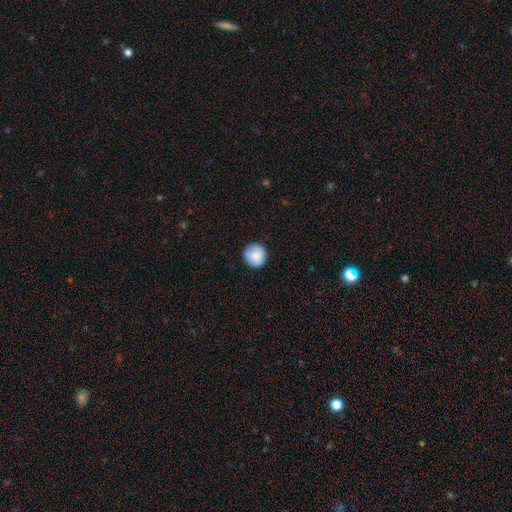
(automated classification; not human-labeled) Morphology: type=smooth (86%); roundness=round (95%); merging=none (89%).